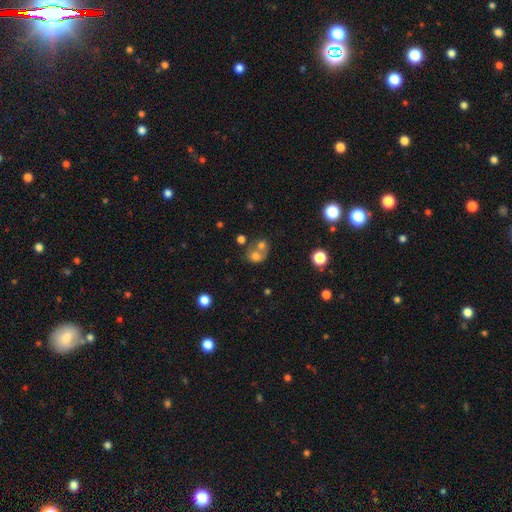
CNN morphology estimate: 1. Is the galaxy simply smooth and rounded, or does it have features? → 61% smooth, 25% featured or disk, 14% star or artifact.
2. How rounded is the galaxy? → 58% round, 41% in between, 1% cigar-shaped.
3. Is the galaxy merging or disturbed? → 59% merger, 23% none, 9% major disturbance, 9% minor disturbance.